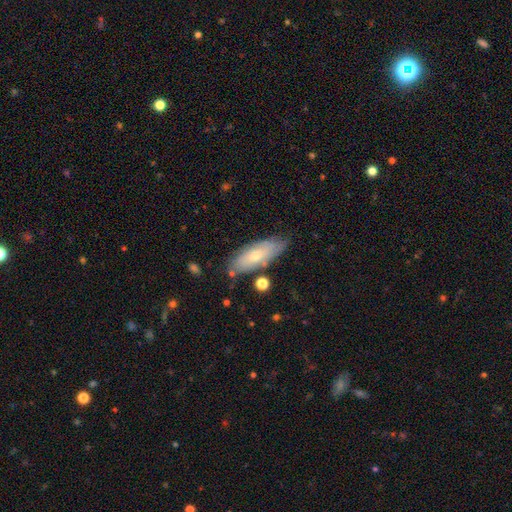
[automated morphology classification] Smooth or featured?
  - smooth: 61% *
  - featured or disk: 33%
  - star or artifact: 7%
How rounded?
  - in between: 71% *
  - cigar-shaped: 27%
  - round: 3%
Merging?
  - none: 74% *
  - minor disturbance: 18%
  - merger: 4%
  - major disturbance: 4%